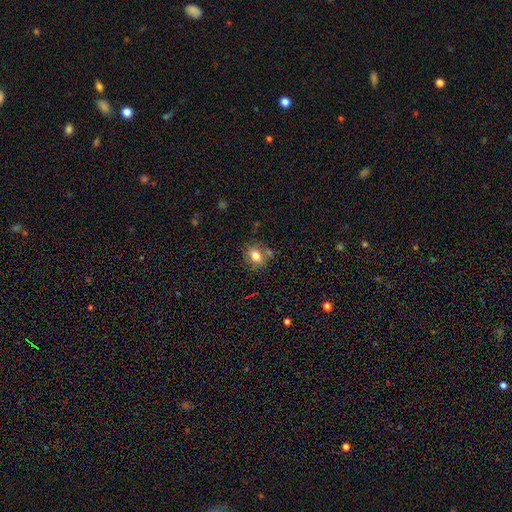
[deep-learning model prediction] smooth 77%, featured or disk 12%, star or artifact 11%. Down the decision tree: how rounded — in between (56%); merging — none (68%).